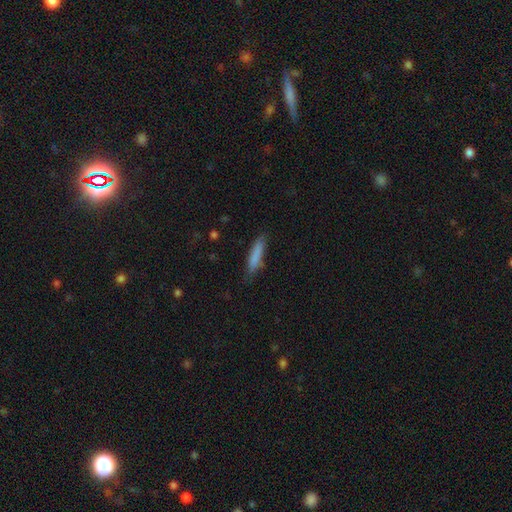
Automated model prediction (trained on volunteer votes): Morphology: type=smooth (82%); roundness=cigar-shaped (85%); merging=none (79%).